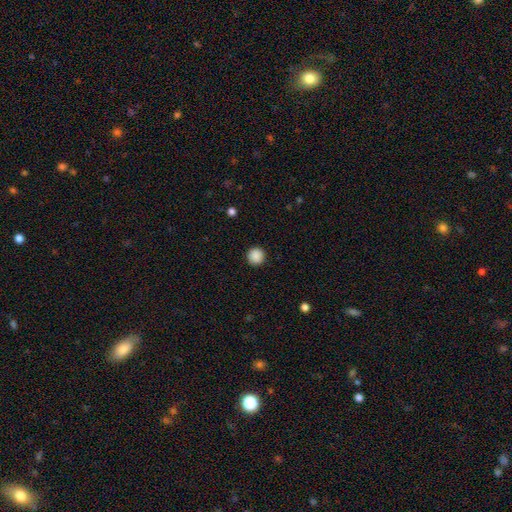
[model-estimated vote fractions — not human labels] Morphology: type=smooth (88%); roundness=round (95%); merging=none (92%).